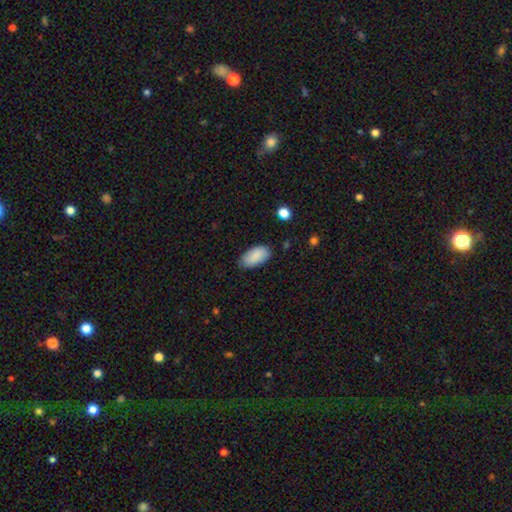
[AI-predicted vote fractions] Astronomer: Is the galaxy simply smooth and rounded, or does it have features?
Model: smooth — 88%.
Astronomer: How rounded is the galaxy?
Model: in between — 95%.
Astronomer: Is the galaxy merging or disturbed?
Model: none — 79%.